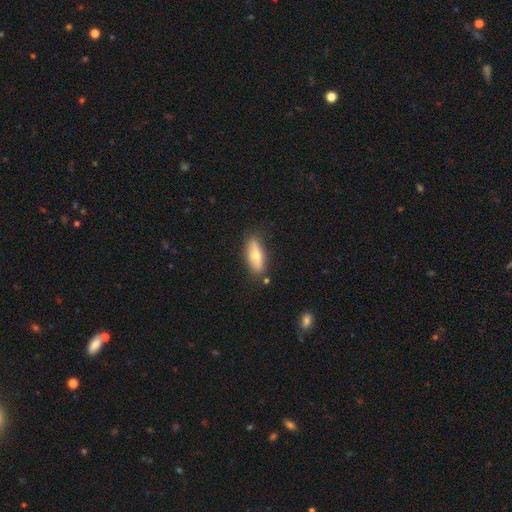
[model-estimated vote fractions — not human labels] smooth_or_featured: smooth (p=0.63) [alt: featured or disk p=0.30]
how_rounded: in between (p=0.65) [alt: cigar-shaped p=0.32]
merging: none (p=0.81) [alt: minor disturbance p=0.13]